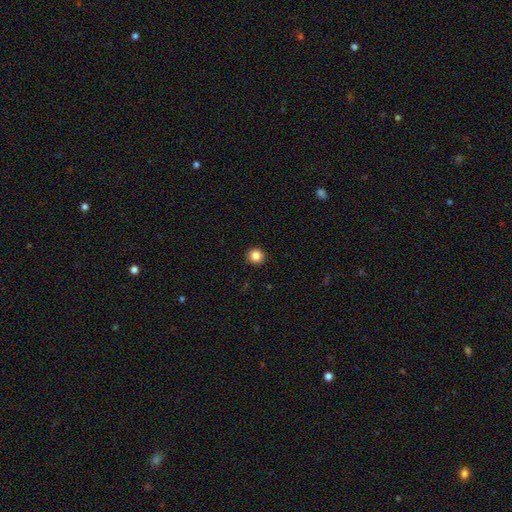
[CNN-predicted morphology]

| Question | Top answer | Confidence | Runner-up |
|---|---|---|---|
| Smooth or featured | smooth | 86% | star or artifact (10%) |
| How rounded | round | 93% | in between (6%) |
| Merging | none | 93% | minor disturbance (5%) |